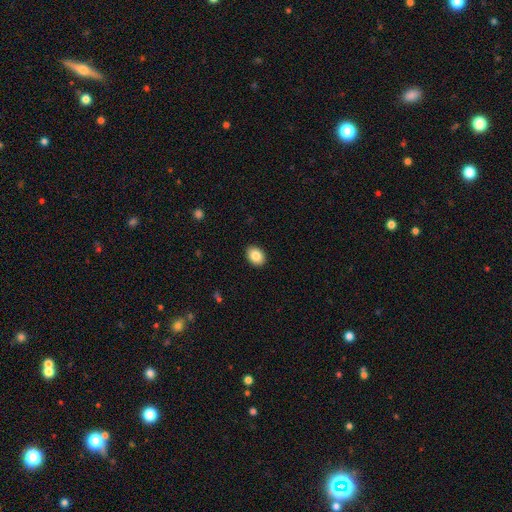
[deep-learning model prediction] Morphology: type=smooth (86%); roundness=in between (69%); merging=none (91%).